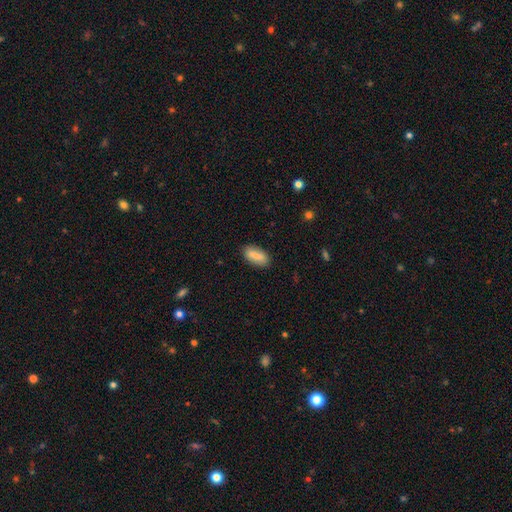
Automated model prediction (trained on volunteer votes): This appears to be a smooth galaxy with no disk features (80%) that is in between round and cigar-shaped (83%). Merging: none (85%).